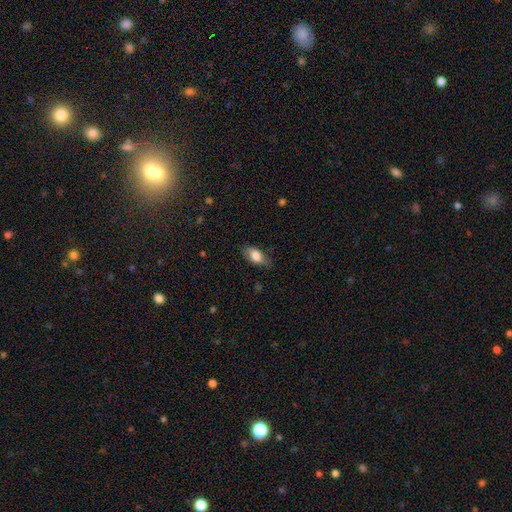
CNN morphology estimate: Overall: smooth (75%). How rounded: in between (89%). Merging: none (68%).